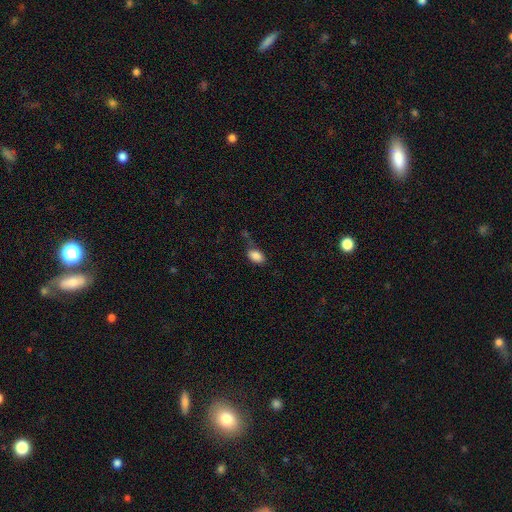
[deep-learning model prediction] Overall: smooth (86%). How rounded: in between (91%). Merging: none (58%; minor disturbance 23%).